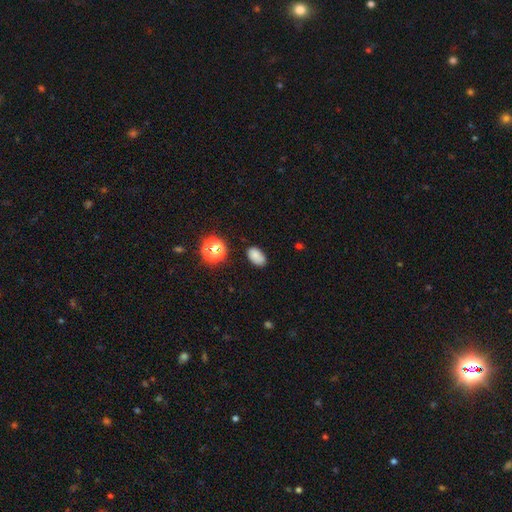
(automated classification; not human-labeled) Smooth or featured? Predicted: smooth (p=0.79). How rounded? Predicted: in between (p=0.89). Merging? Predicted: none (p=0.78).